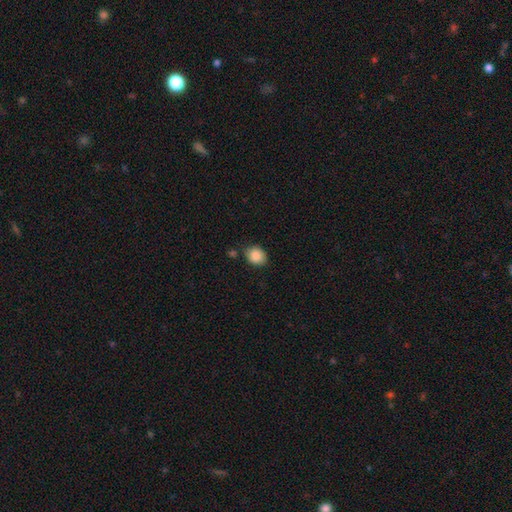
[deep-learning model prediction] The model was most divided on "how rounded": round: 55%, in between: 44%, cigar-shaped: 1%. More confident: smooth or featured — smooth (88%); merging — none (75%).